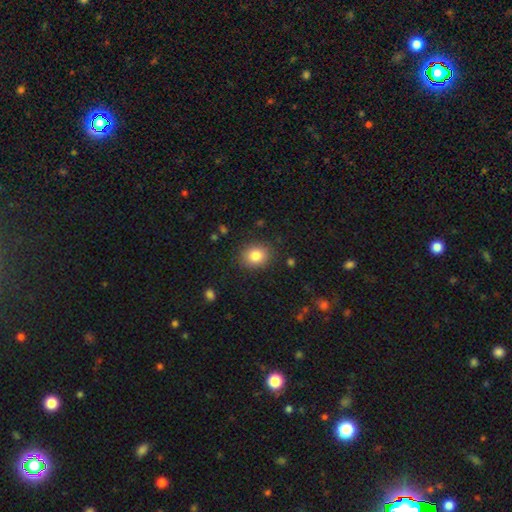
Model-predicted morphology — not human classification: smooth-or-featured: smooth: 83% | star or artifact: 10% | featured or disk: 8%
  how-rounded: round: 63% | in between: 36% | cigar-shaped: 1%
  merging: none: 86% | minor disturbance: 10% | major disturbance: 3% | merger: 1%